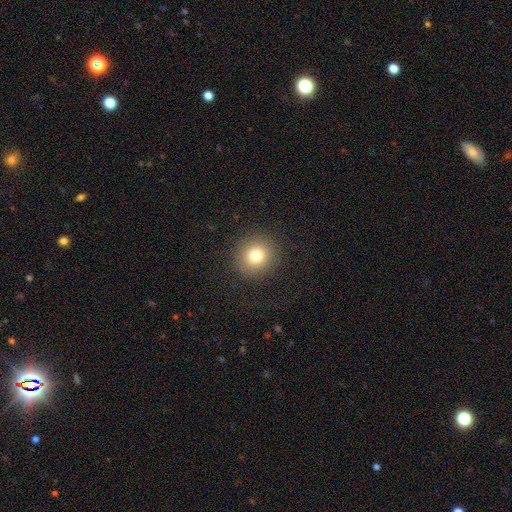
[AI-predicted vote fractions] Smooth or featured? Predicted: smooth (p=0.79). How rounded? Predicted: round (p=0.90). Merging? Predicted: none (p=0.90).